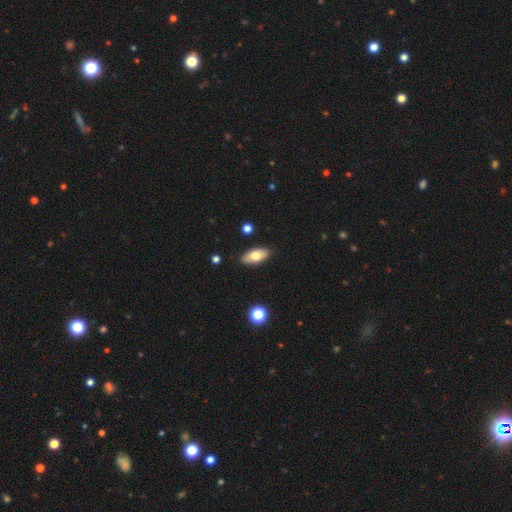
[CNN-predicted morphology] This appears to be a smooth galaxy with no disk features (74%) that is in between round and cigar-shaped (87%). Merging: none (87%).